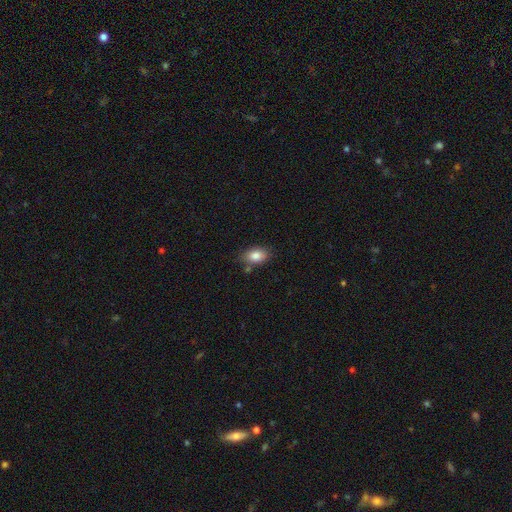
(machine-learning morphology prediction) Smooth or featured: smooth — 85% (star or artifact — 8%)
How rounded: in between — 87% (round — 11%)
Merging: none — 75% (minor disturbance — 16%)